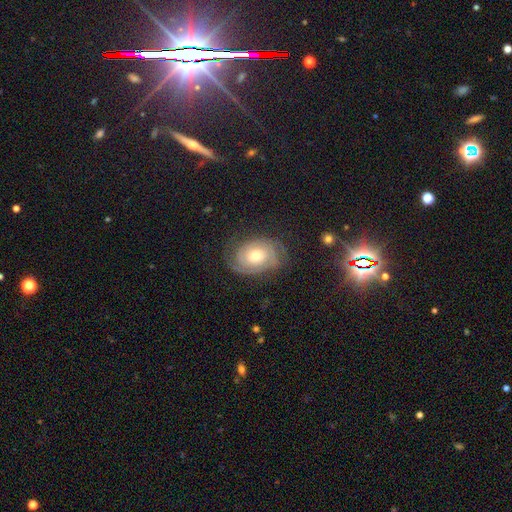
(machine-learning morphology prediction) The model was most divided on "spiral arm count": 2: 52%, can't tell: 22%, 3: 13%, 1: 5%, 4: 4%, more than 4: 4%. More confident: edge-on disk — no (97%); spiral arms — yes (94%); smooth or featured — featured or disk (79%); merging — none (76%); bar — no (75%); spiral winding — tight (69%); bulge size — moderate (69%).